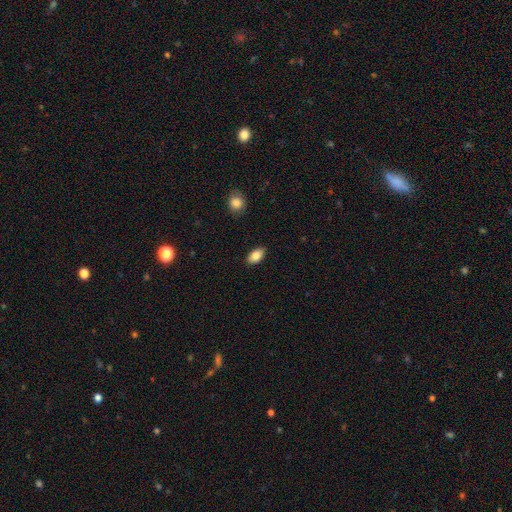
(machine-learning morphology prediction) smooth 84%, featured or disk 9%, star or artifact 7%. Down the decision tree: how rounded — in between (92%); merging — none (87%).